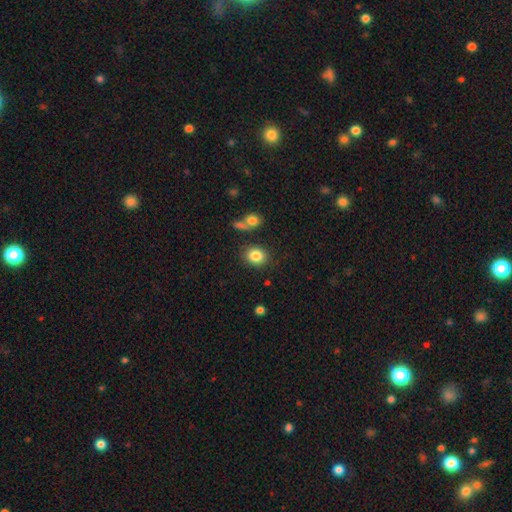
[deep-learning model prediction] smooth_or_featured: smooth (p=0.84) [alt: star or artifact p=0.09]
how_rounded: round (p=0.59) [alt: in between p=0.40]
merging: none (p=0.81) [alt: minor disturbance p=0.10]